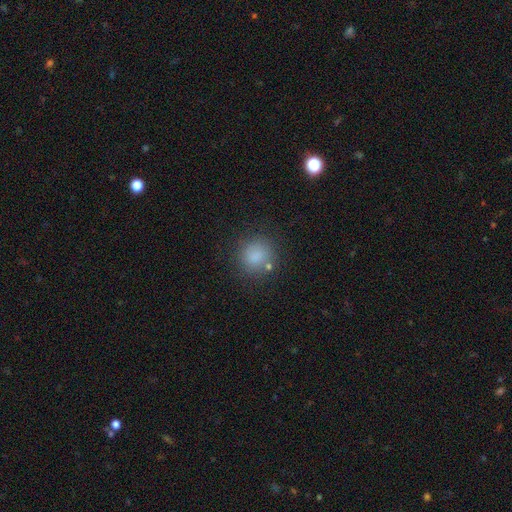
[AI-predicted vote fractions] This appears to be a smooth galaxy with no disk features (83%) that is round (87%). Merging: none (78%).